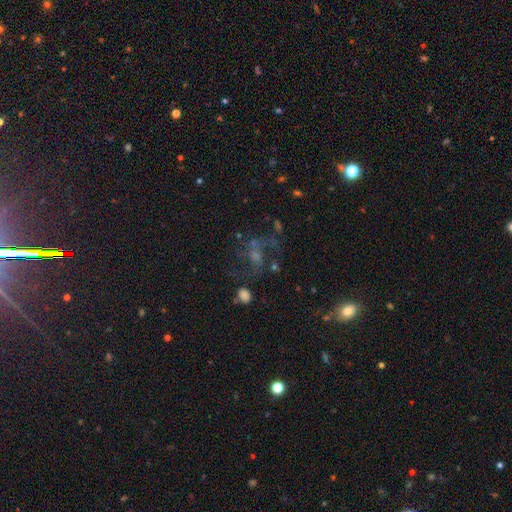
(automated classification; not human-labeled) featured or disk 47%, smooth 27%, star or artifact 26%. Down the decision tree: merging — none (41%).